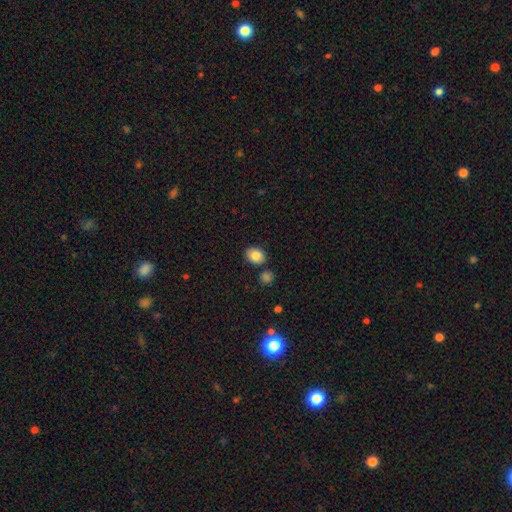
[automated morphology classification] Smooth or featured? Predicted: smooth (p=0.84). How rounded? Predicted: in between (p=0.50). Merging? Predicted: none (p=0.82).